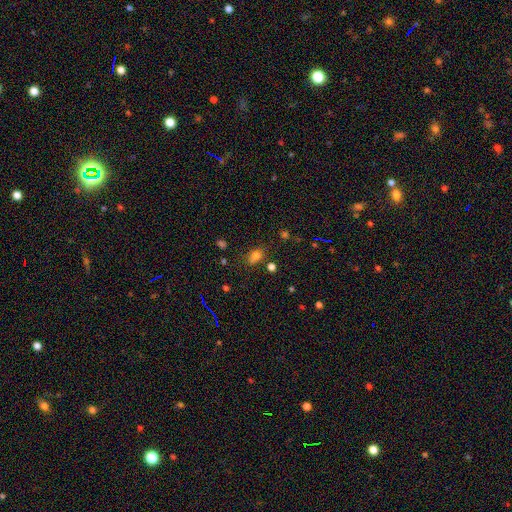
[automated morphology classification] A smooth galaxy with no disk features (74%) that is in between round and cigar-shaped (69%). Merging: none (66%).